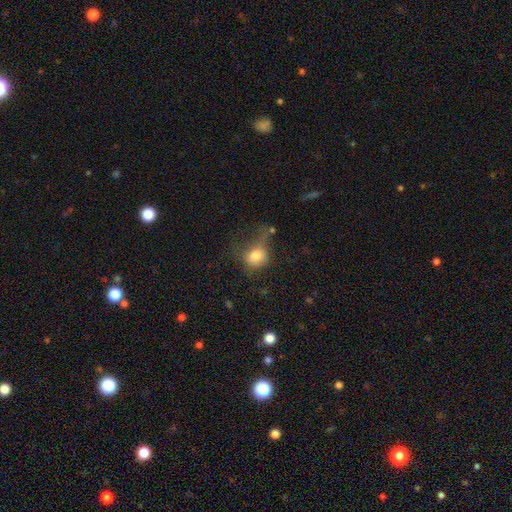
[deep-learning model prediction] Smooth or featured? smooth (74%)
How rounded? round (64%)
Merging? major disturbance (40%)